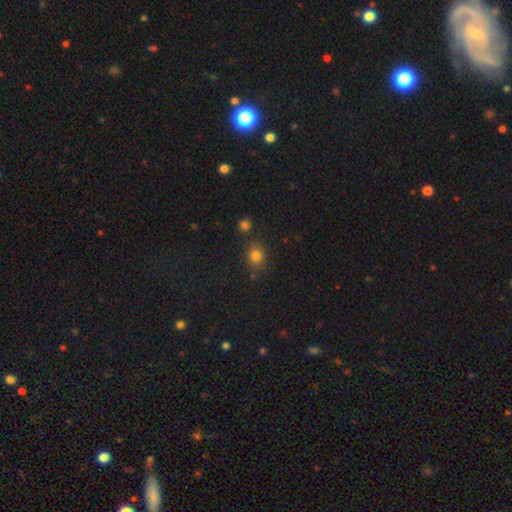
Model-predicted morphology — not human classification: This is likely a smooth galaxy (77%). How rounded: possibly round (58%). Merging: likely none (76%).